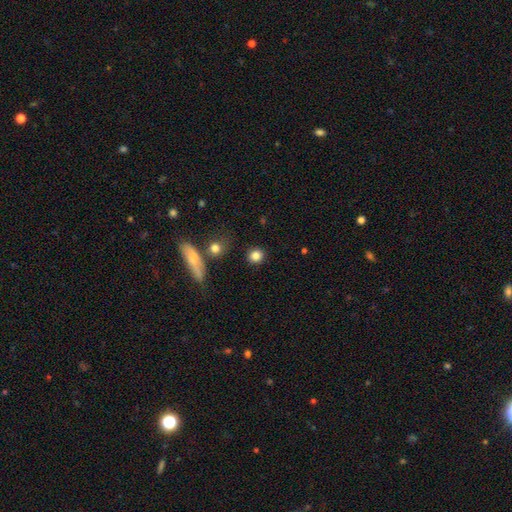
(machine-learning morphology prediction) type=smooth (84%); roundness=round (86%); merging=none (86%).